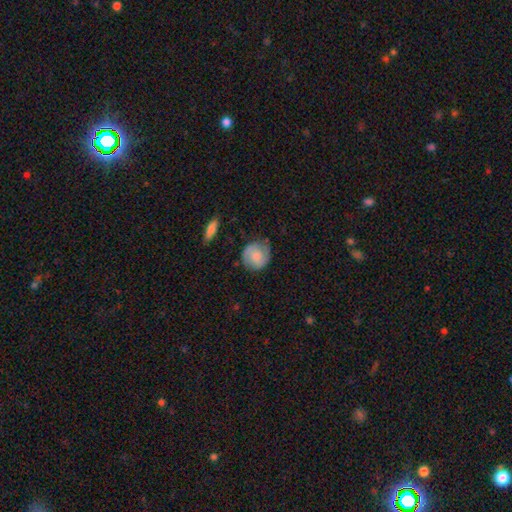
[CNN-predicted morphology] The model was most divided on "smooth or featured": smooth: 53%, featured or disk: 40%, star or artifact: 7%. More confident: how rounded — round (86%); merging — none (76%).